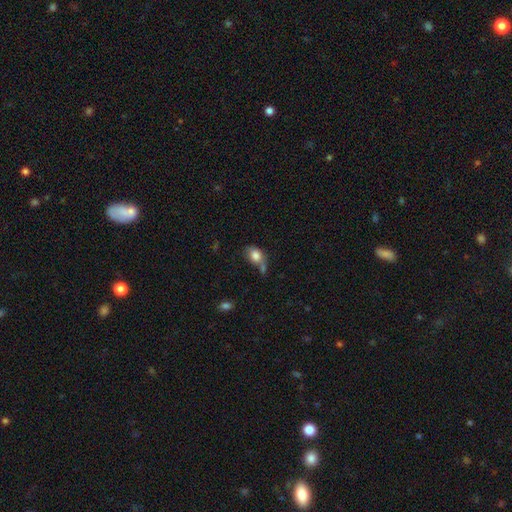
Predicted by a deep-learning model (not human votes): Smooth or featured? smooth (81%)
How rounded? in between (69%)
Merging? none (42%)